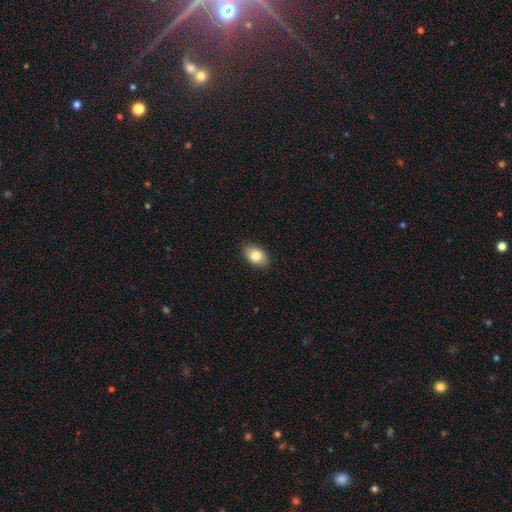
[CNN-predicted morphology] Overall: smooth (85%). How rounded: in between (84%). Merging: none (88%).